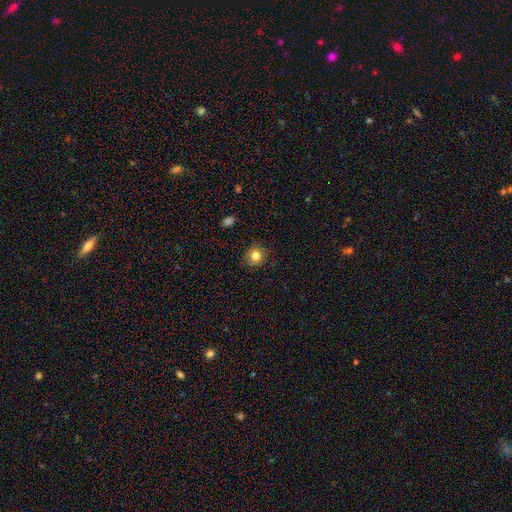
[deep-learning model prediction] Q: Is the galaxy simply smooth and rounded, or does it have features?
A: smooth — 81%.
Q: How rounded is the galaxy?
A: round — 87%.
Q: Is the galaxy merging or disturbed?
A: none — 87%.